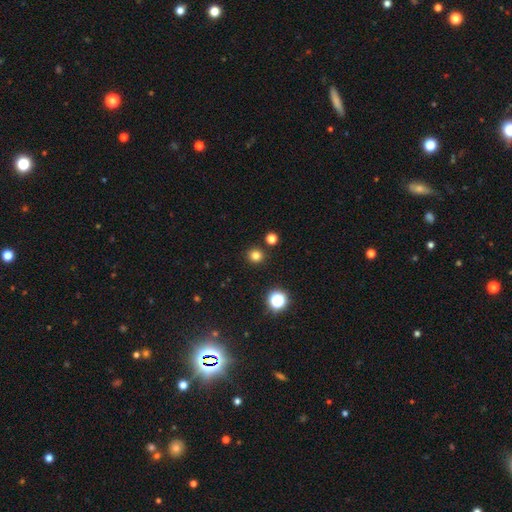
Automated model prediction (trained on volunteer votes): Smooth or featured? Predicted: smooth (p=0.79). How rounded? Predicted: round (p=0.92). Merging? Predicted: none (p=0.89).